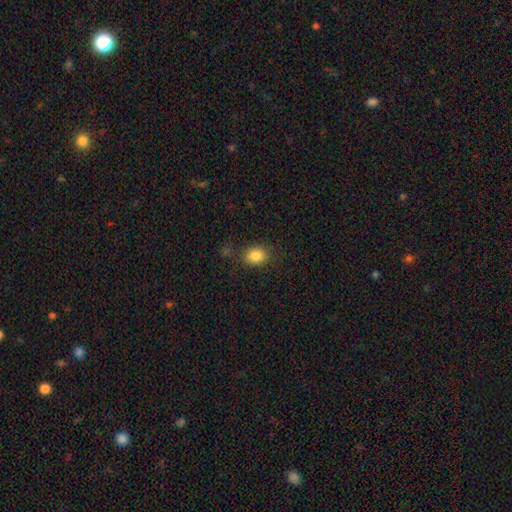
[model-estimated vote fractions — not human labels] Smooth or featured? Predicted: smooth (p=0.84). How rounded? Predicted: in between (p=0.53). Merging? Predicted: none (p=0.78).